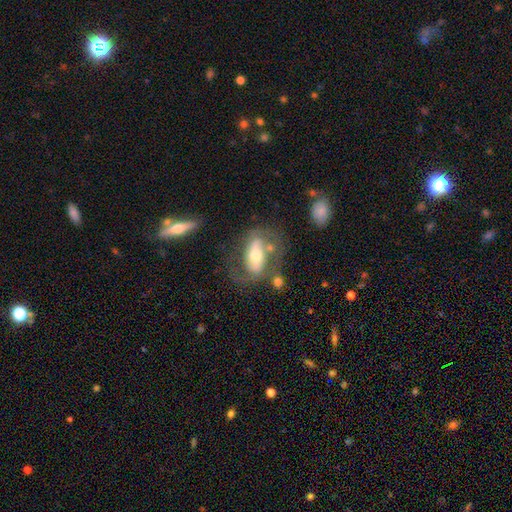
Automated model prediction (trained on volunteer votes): The model was most divided on "bar": strong: 40%, no: 34%, weak: 26%. Remaining: edge-on disk — no (87%); spiral arms — yes (70%); smooth or featured — featured or disk (65%); bulge size — moderate (58%); merging — none (50%).